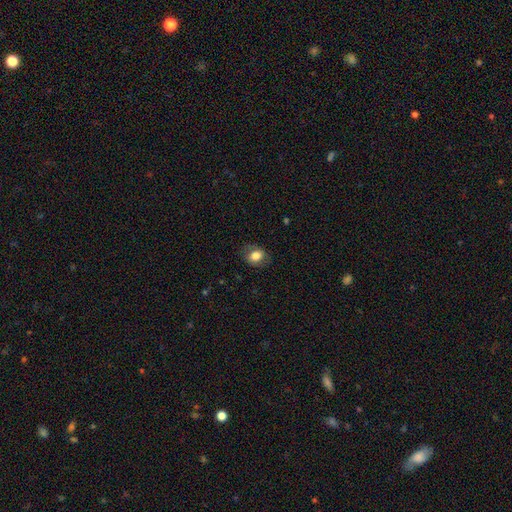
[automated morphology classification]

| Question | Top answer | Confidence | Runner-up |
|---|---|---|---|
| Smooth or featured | smooth | 76% | featured or disk (16%) |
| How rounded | in between | 57% | round (41%) |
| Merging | none | 78% | minor disturbance (15%) |